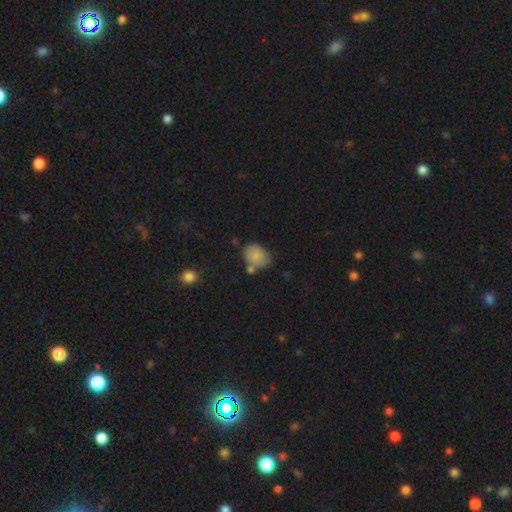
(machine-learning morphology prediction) This appears to be a smooth galaxy with no disk features (81%) that is in between round and cigar-shaped (65%). Merging: none (59%).